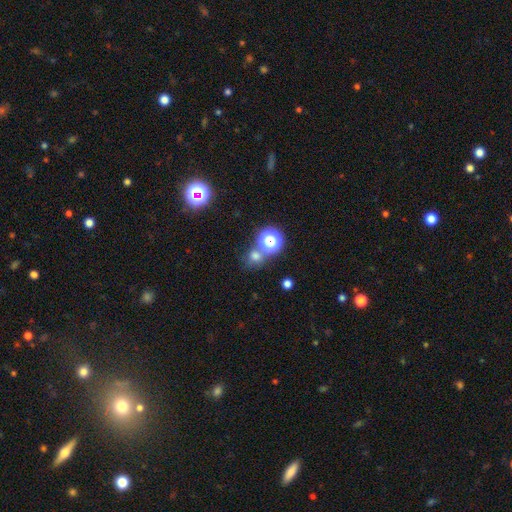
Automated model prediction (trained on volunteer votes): Morphology: type=smooth (63%); roundness=round (78%); merging=none (64%).